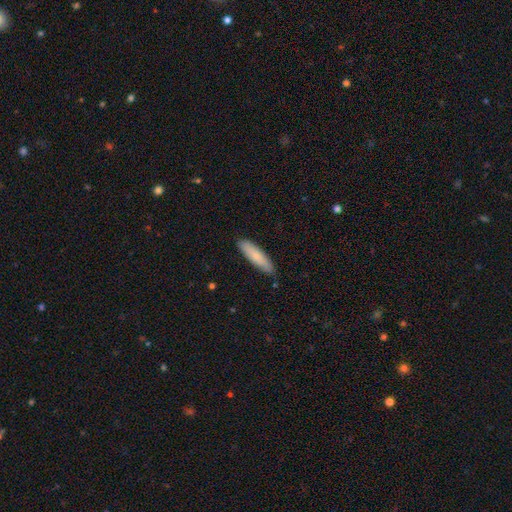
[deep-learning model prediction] Smooth or featured?
  - smooth: 75% *
  - featured or disk: 20%
  - star or artifact: 5%
How rounded?
  - cigar-shaped: 67% *
  - in between: 32%
  - round: 2%
Merging?
  - none: 85% *
  - minor disturbance: 12%
  - major disturbance: 2%
  - merger: 1%